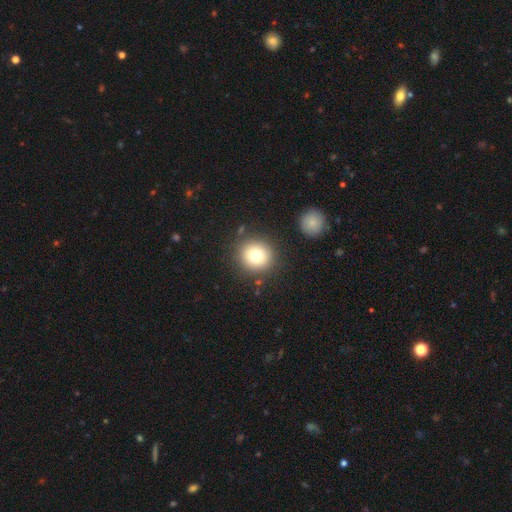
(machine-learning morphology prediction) Smooth or featured?
  - smooth: 76% *
  - star or artifact: 12%
  - featured or disk: 12%
How rounded?
  - round: 92% *
  - in between: 7%
  - cigar-shaped: 1%
Merging?
  - none: 86% *
  - minor disturbance: 8%
  - merger: 4%
  - major disturbance: 3%